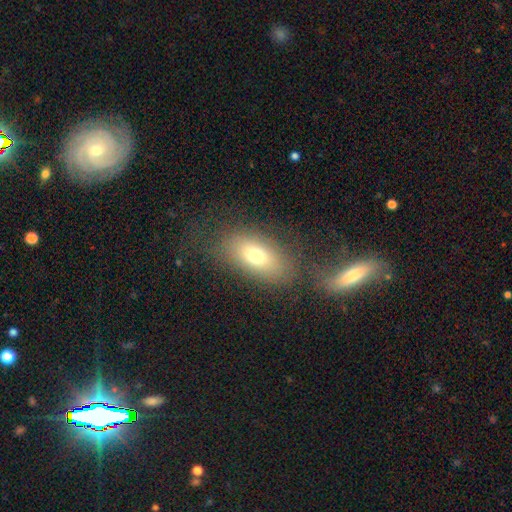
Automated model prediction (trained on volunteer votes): smooth-or-featured: smooth: 71% | featured or disk: 19% | star or artifact: 10%
  how-rounded: in between: 86% | round: 9% | cigar-shaped: 5%
  merging: none: 66% | minor disturbance: 14% | merger: 12% | major disturbance: 9%